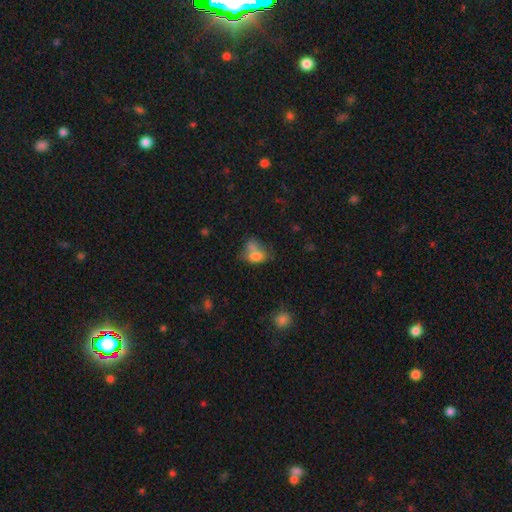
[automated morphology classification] This is likely a smooth galaxy (74%). How rounded: likely in between (76%). Merging: possibly merger (50%).